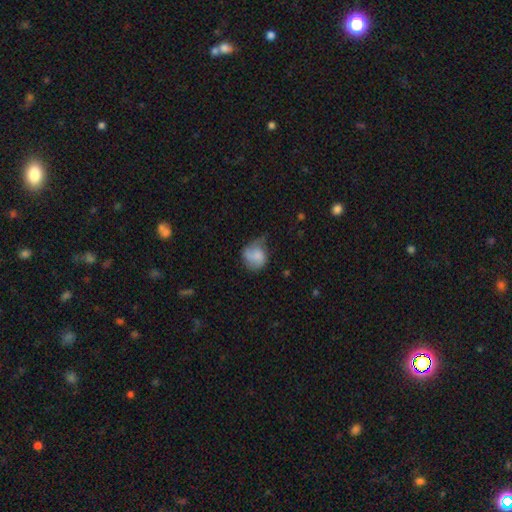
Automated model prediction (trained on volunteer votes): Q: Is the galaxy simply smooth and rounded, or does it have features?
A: smooth — 66%.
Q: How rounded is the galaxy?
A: round — 60%.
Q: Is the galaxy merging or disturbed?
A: minor disturbance — 40%.